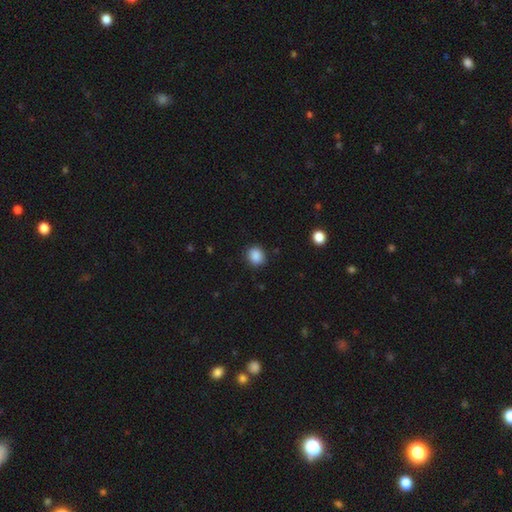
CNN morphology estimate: Smooth or featured? Predicted: smooth (p=0.88). How rounded? Predicted: round (p=0.75). Merging? Predicted: none (p=0.88).